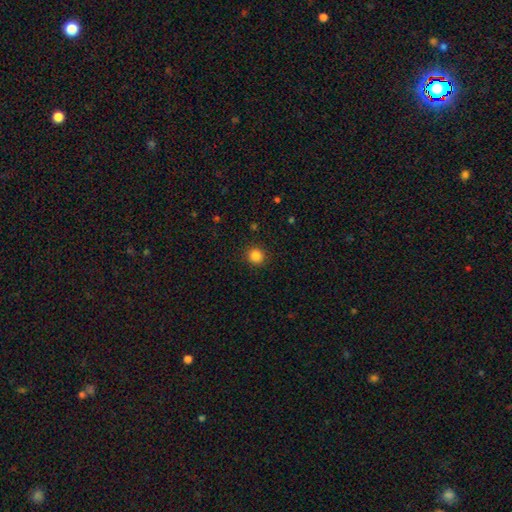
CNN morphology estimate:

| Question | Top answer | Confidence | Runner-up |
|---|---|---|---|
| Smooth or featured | smooth | 85% | star or artifact (11%) |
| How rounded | round | 91% | in between (8%) |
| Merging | none | 91% | minor disturbance (6%) |